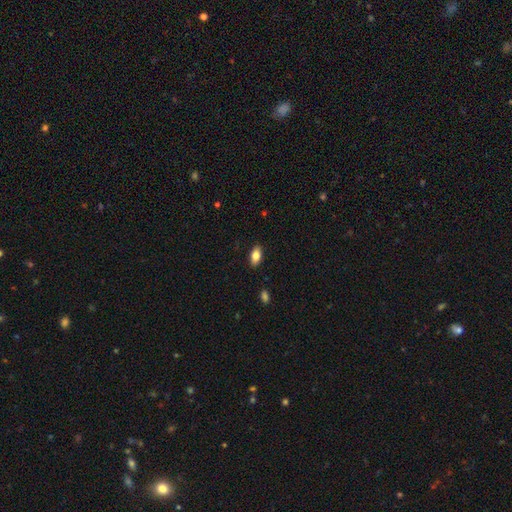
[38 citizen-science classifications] smooth-or-featured: smooth: 89% | featured or disk: 11% | star or artifact: 0%
  how-rounded: in between: 91% | cigar-shaped: 6% | round: 3%
  merging: none: 92% | minor disturbance: 8% | major disturbance: 0% | merger: 0%